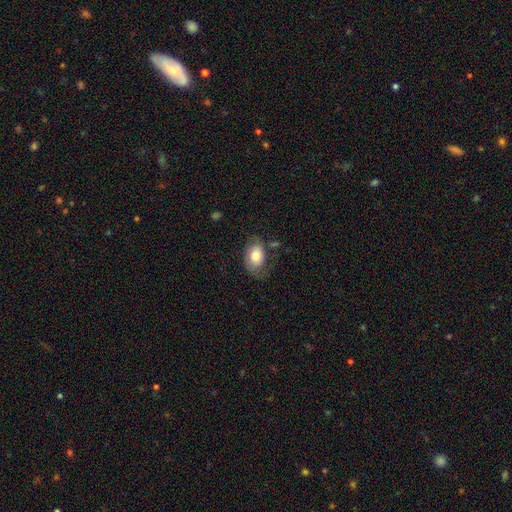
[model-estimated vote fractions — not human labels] Smooth or featured?
  - smooth: 73% *
  - featured or disk: 20%
  - star or artifact: 7%
How rounded?
  - in between: 86% *
  - round: 13%
  - cigar-shaped: 1%
Merging?
  - none: 55% *
  - minor disturbance: 28%
  - major disturbance: 14%
  - merger: 3%